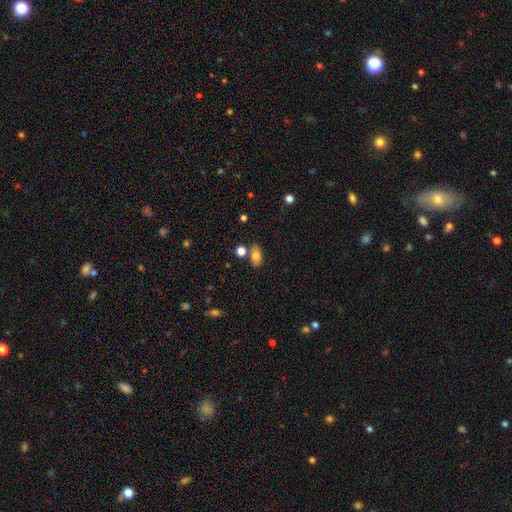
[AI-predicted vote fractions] A smooth galaxy with no disk features (77%) that is in between round and cigar-shaped (85%). Merging: none (70%).